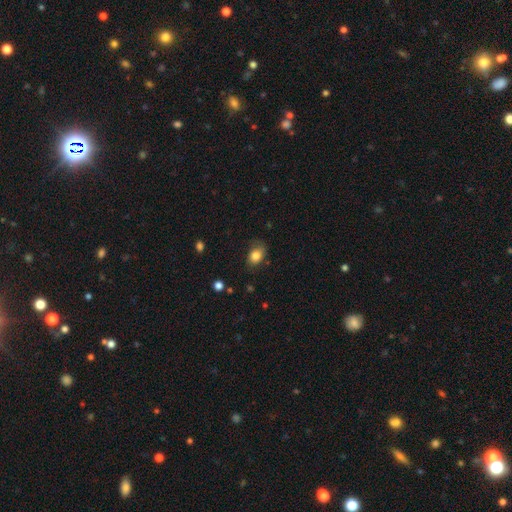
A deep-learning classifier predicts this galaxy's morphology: A smooth galaxy with no disk features (83%) that is in between round and cigar-shaped (74%). Merging: none (70%).